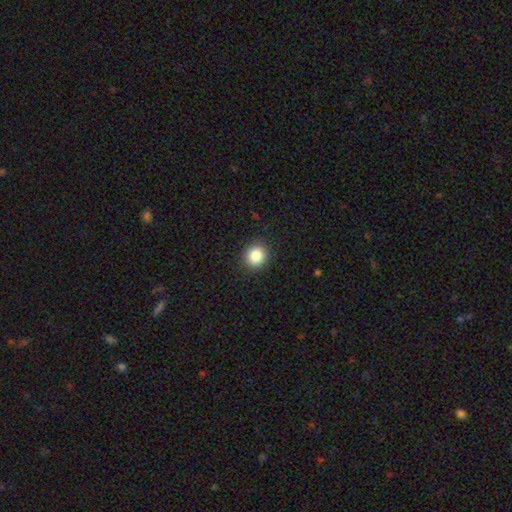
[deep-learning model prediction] Smooth or featured? smooth (86%)
How rounded? round (88%)
Merging? none (91%)